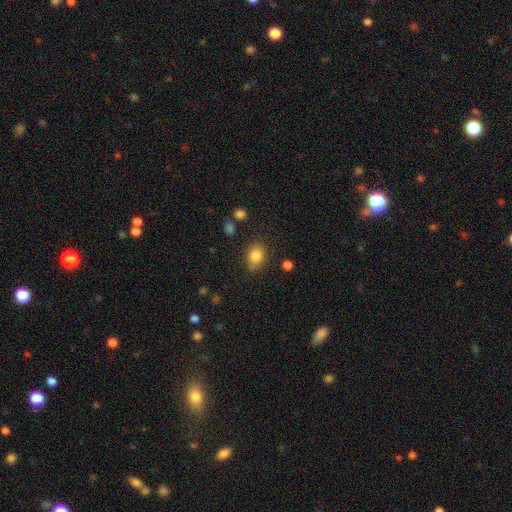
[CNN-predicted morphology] Smooth or featured? smooth (83%)
How rounded? round (55%)
Merging? none (72%)